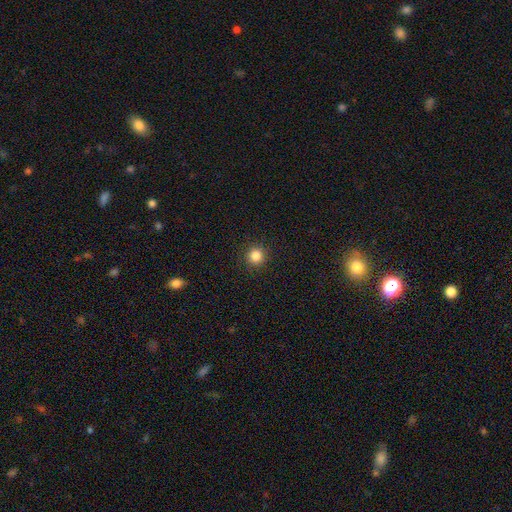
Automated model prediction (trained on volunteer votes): Morphology: type=smooth (84%); roundness=round (95%); merging=none (92%).